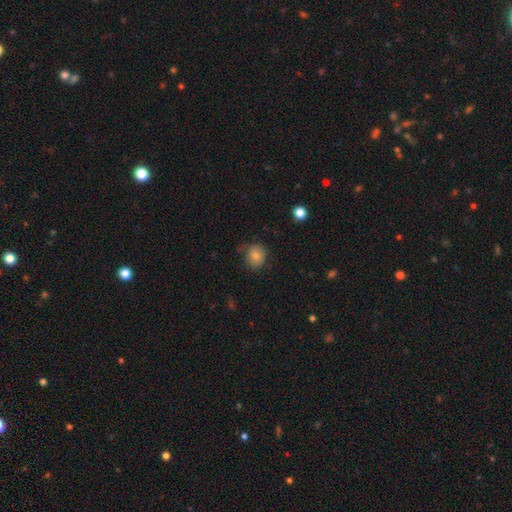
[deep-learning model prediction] smooth_or_featured: smooth (p=0.79) [alt: featured or disk p=0.12]
how_rounded: round (p=0.73) [alt: in between p=0.26]
merging: none (p=0.66) [alt: minor disturbance p=0.24]